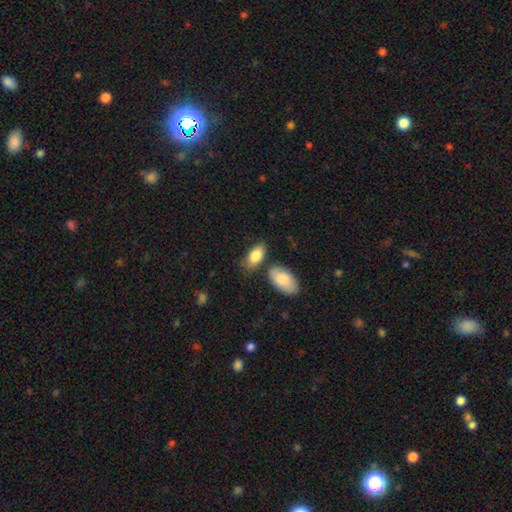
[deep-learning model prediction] A smooth galaxy with no disk features (84%) that is in between round and cigar-shaped (93%). Merging: none (58%).